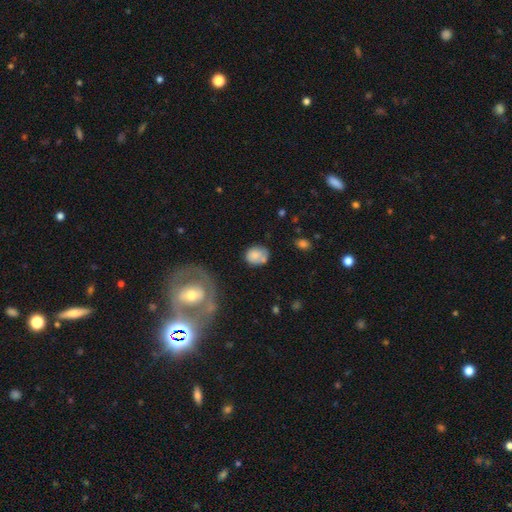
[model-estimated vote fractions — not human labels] The model was most divided on "how rounded": round: 56%, in between: 42%, cigar-shaped: 1%. More confident: smooth or featured — smooth (75%); merging — none (57%).